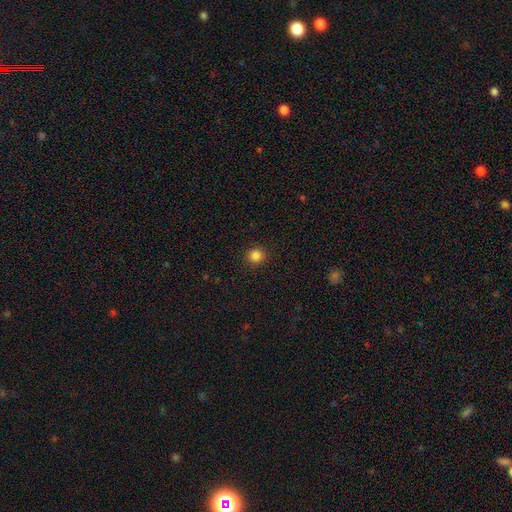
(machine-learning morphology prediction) smooth-or-featured: smooth: 85% | star or artifact: 12% | featured or disk: 3%
  how-rounded: round: 94% | in between: 5% | cigar-shaped: 1%
  merging: none: 92% | minor disturbance: 5% | major disturbance: 2% | merger: 1%